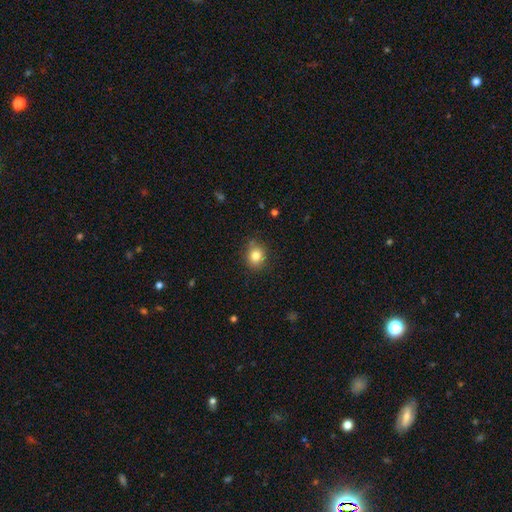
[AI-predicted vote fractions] Overall: smooth (83%). How rounded: round (68%; in between 31%). Merging: none (82%).